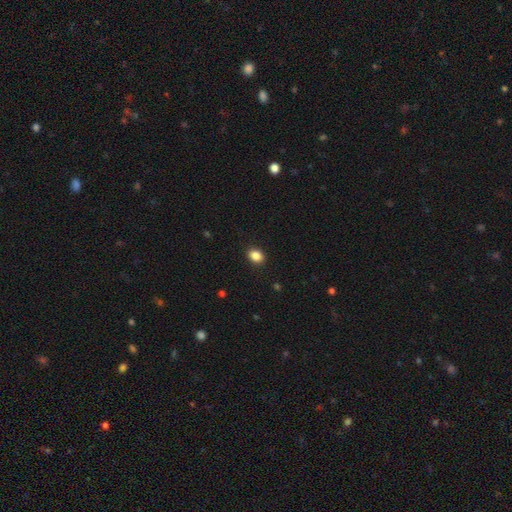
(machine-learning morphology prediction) The model was most divided on "how rounded": in between: 61%, round: 37%, cigar-shaped: 1%. More confident: merging — none (90%); smooth or featured — smooth (87%).